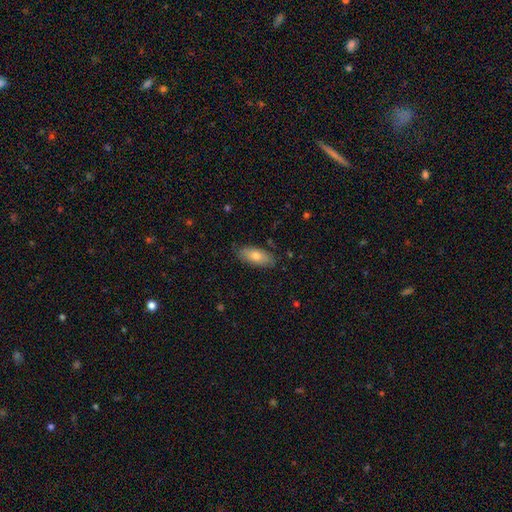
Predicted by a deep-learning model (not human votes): smooth_or_featured: smooth (p=0.74) [alt: featured or disk p=0.19]
how_rounded: in between (p=0.81) [alt: cigar-shaped p=0.17]
merging: none (p=0.85) [alt: minor disturbance p=0.12]